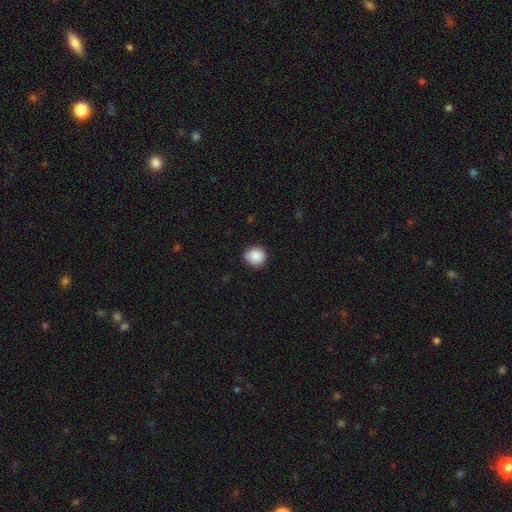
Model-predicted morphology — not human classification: The model was most divided on "merging": none: 79%, minor disturbance: 17%, major disturbance: 3%, merger: 2%. More confident: how rounded — round (89%); smooth or featured — smooth (87%).